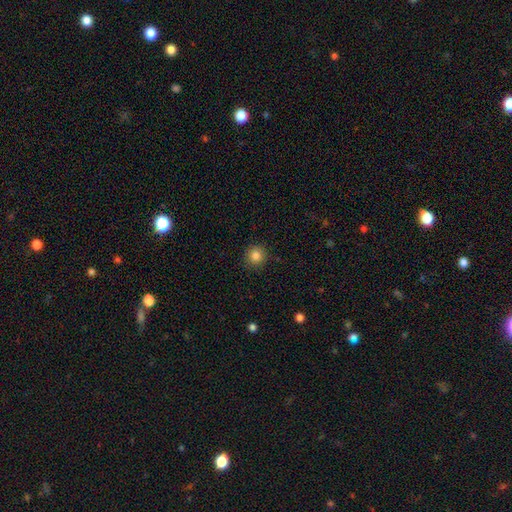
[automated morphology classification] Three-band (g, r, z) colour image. It shows a smooth galaxy with no disk features (85%) that is round (93%). Merging: none (91%).